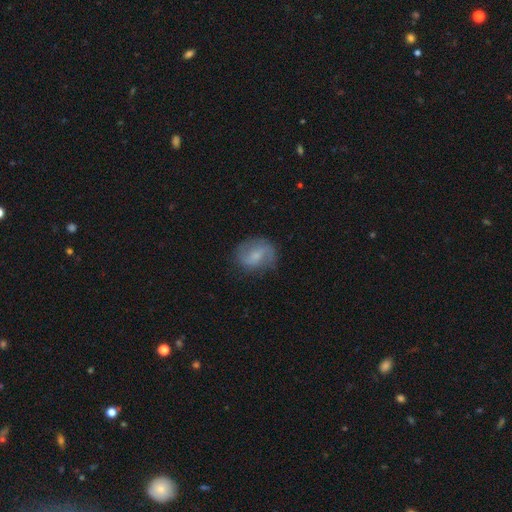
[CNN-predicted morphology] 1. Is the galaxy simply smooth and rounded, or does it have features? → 50% featured or disk, 42% smooth, 8% star or artifact.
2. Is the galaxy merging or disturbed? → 70% none, 21% minor disturbance, 8% major disturbance, 1% merger.